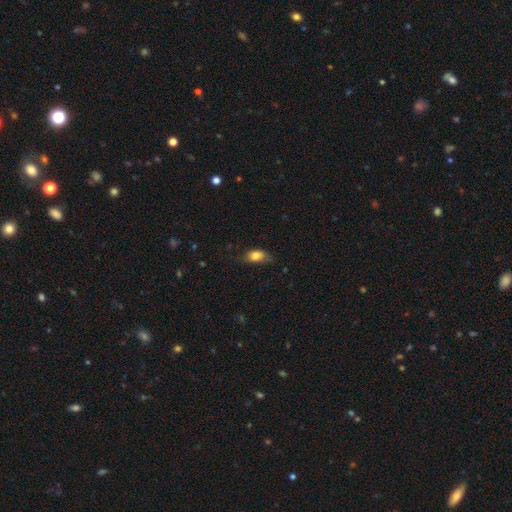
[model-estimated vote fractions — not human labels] This is likely a smooth galaxy (79%). How rounded: clearly in between (82%). Merging: likely none (61%).